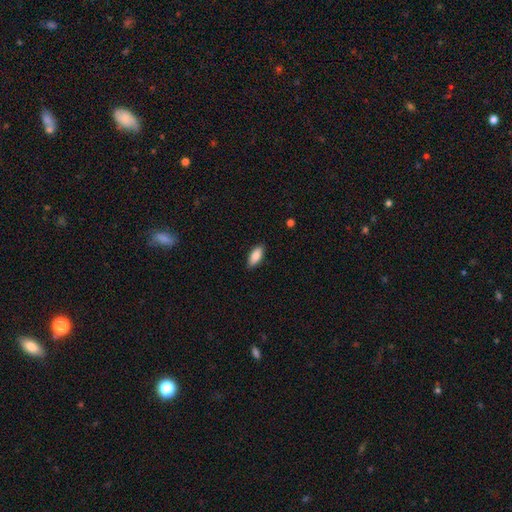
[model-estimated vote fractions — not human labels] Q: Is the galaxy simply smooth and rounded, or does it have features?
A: smooth — 87%.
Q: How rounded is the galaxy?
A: in between — 86%.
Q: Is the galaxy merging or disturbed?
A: none — 87%.